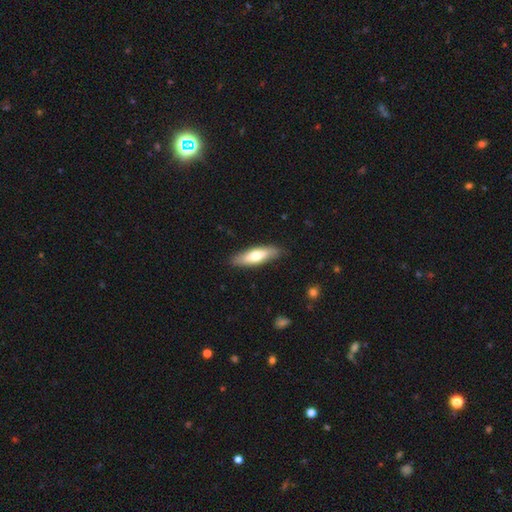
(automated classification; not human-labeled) Smooth or featured: smooth — 62% (featured or disk — 33%)
How rounded: cigar-shaped — 51% (in between — 47%)
Merging: none — 86% (minor disturbance — 11%)